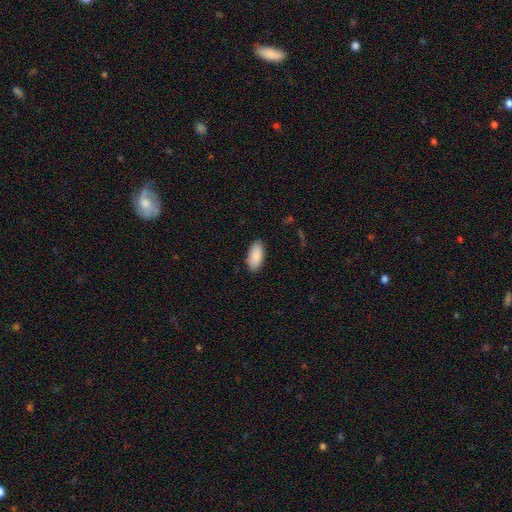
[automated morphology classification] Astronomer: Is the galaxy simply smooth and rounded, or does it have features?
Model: smooth — 90%.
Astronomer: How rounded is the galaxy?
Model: in between — 92%.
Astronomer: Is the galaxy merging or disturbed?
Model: none — 87%.